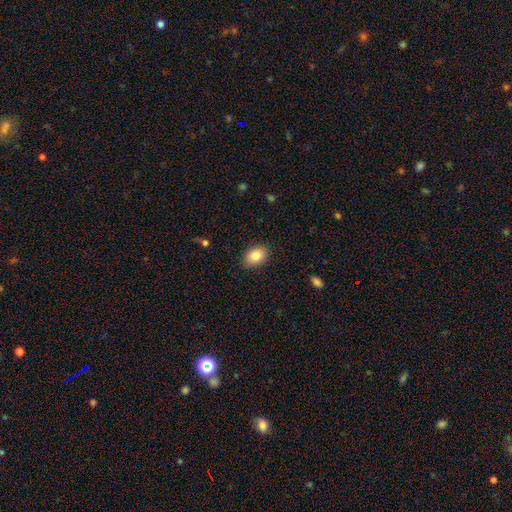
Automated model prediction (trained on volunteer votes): A smooth galaxy with no disk features (83%) that is in between round and cigar-shaped (78%). Merging: none (87%).